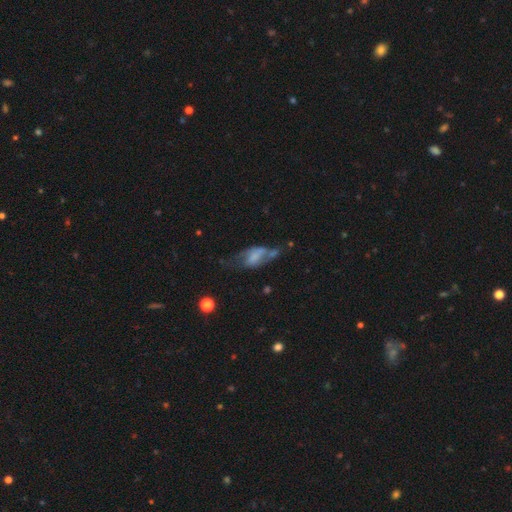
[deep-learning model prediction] Q: Smooth or featured?
A: featured or disk (50%); runner-up: smooth (39%)
Q: Edge-on disk?
A: no (87%); runner-up: yes (13%)
Q: Merging?
A: major disturbance (33%); runner-up: none (27%)